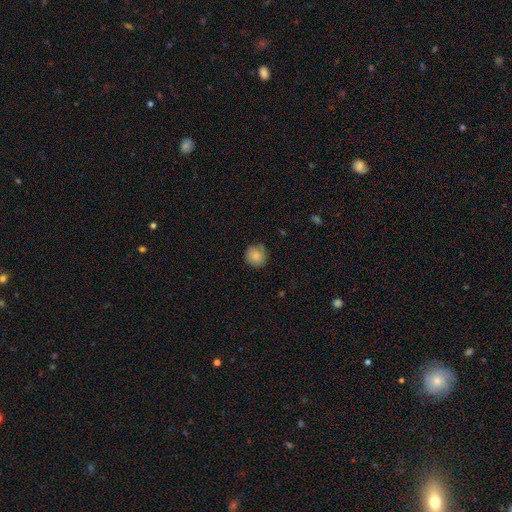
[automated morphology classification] This is clearly a smooth galaxy (84%). How rounded: clearly round (88%). Merging: likely none (74%).